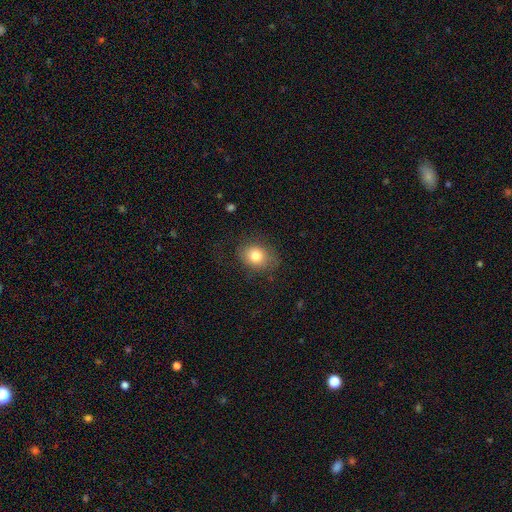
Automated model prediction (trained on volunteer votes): A smooth galaxy with no disk features (80%) that is in between round and cigar-shaped (53%). Merging: none (75%).